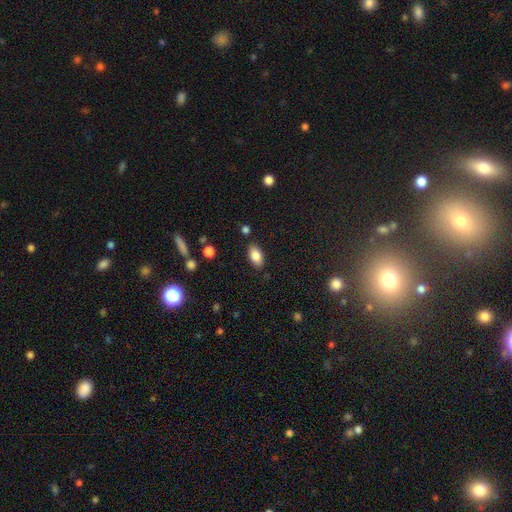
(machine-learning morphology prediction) Smooth or featured? Predicted: smooth (p=0.84). How rounded? Predicted: in between (p=0.92). Merging? Predicted: none (p=0.84).